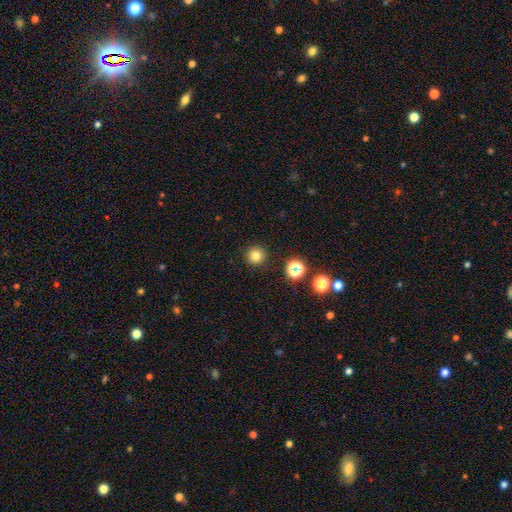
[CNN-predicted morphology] Overall: smooth (78%). How rounded: round (95%). Merging: none (92%).